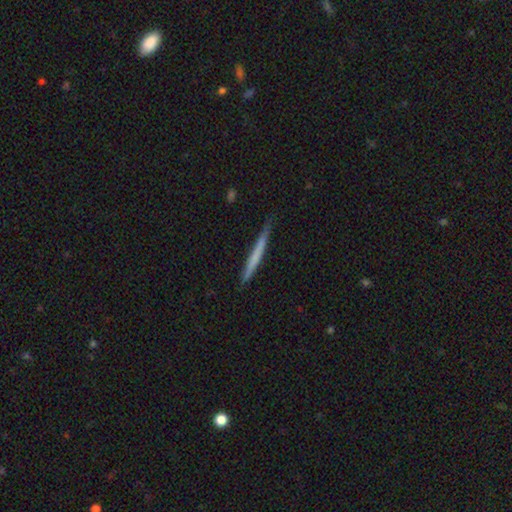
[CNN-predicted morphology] Smooth or featured?
  - smooth: 58% *
  - featured or disk: 37%
  - star or artifact: 5%
How rounded?
  - cigar-shaped: 97% *
  - in between: 2%
  - round: 1%
Merging?
  - none: 84% *
  - minor disturbance: 12%
  - major disturbance: 2%
  - merger: 1%